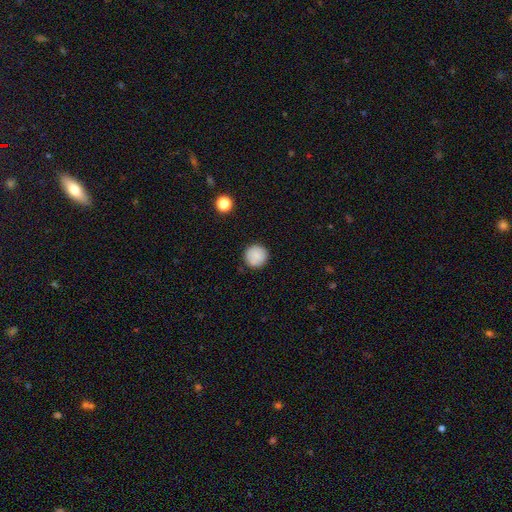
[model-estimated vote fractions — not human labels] Smooth or featured? Predicted: smooth (p=0.87). How rounded? Predicted: round (p=0.96). Merging? Predicted: none (p=0.91).